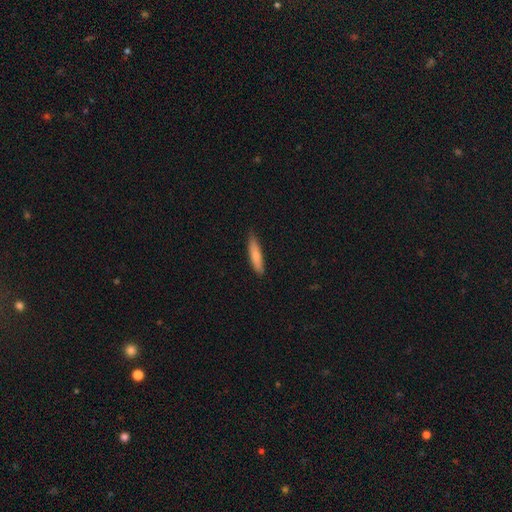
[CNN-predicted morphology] smooth-or-featured: smooth: 79% | featured or disk: 15% | star or artifact: 6%
  how-rounded: cigar-shaped: 82% | in between: 17% | round: 1%
  merging: none: 84% | minor disturbance: 13% | major disturbance: 2% | merger: 1%